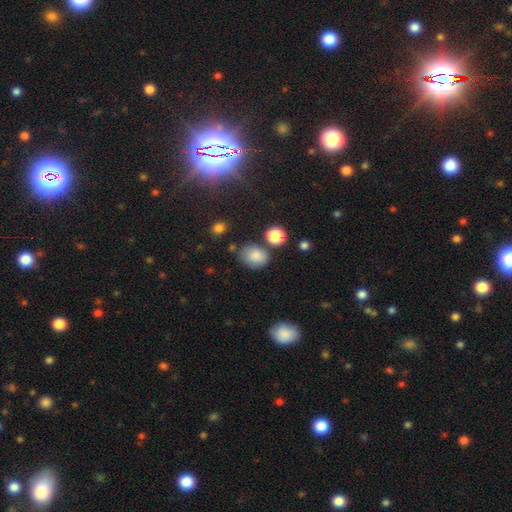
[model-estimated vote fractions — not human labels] Q: Smooth or featured?
A: smooth (83%); runner-up: star or artifact (10%)
Q: How rounded?
A: in between (62%); runner-up: round (37%)
Q: Merging?
A: none (66%); runner-up: minor disturbance (19%)